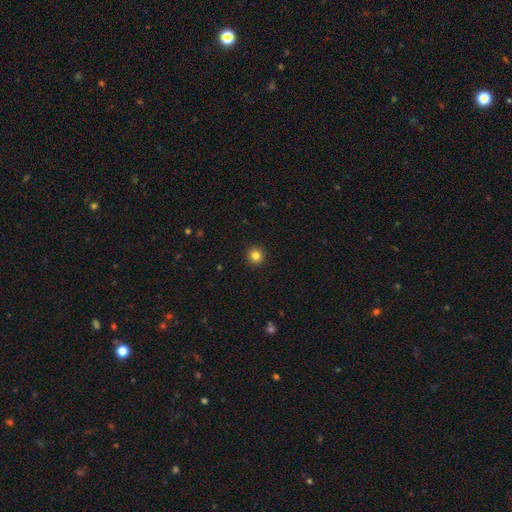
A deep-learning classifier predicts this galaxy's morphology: Overall: smooth (83%). How rounded: round (96%). Merging: none (94%).